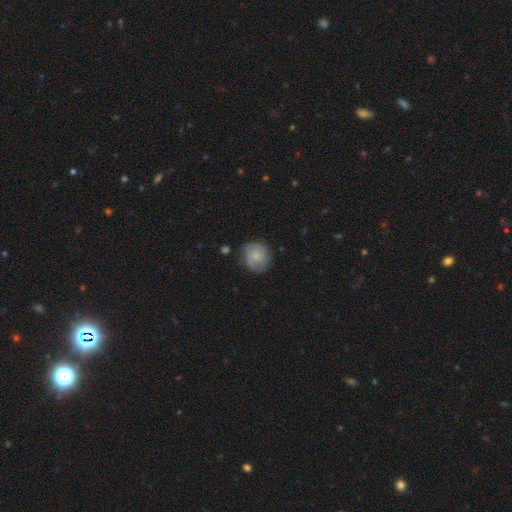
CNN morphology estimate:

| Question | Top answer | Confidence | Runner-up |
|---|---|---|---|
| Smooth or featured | smooth | 55% | featured or disk (38%) |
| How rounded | round | 85% | in between (14%) |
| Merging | none | 71% | minor disturbance (21%) |